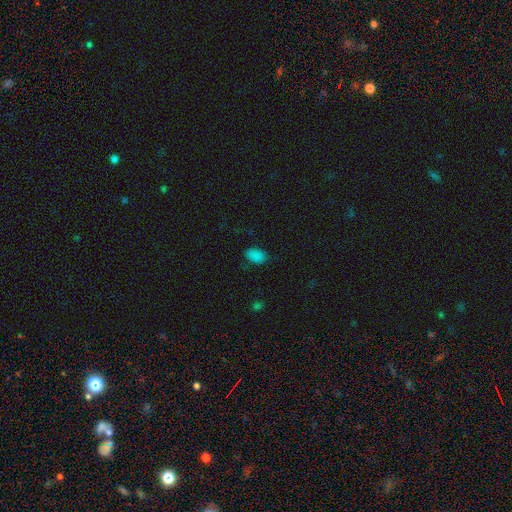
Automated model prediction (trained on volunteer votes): Smooth or featured? Predicted: smooth (p=0.84). How rounded? Predicted: in between (p=0.92). Merging? Predicted: none (p=0.78).